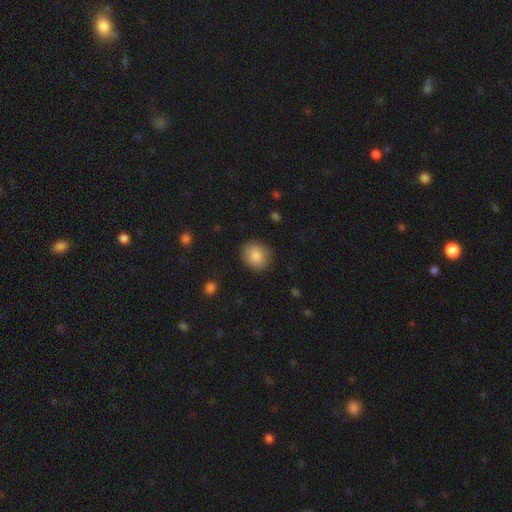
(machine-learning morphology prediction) type=smooth (86%); roundness=round (74%); merging=none (86%).